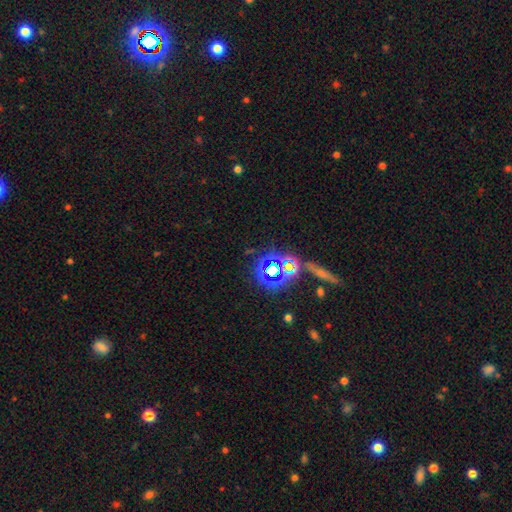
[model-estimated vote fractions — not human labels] smooth-or-featured: star or artifact: 62% | smooth: 25% | featured or disk: 13%